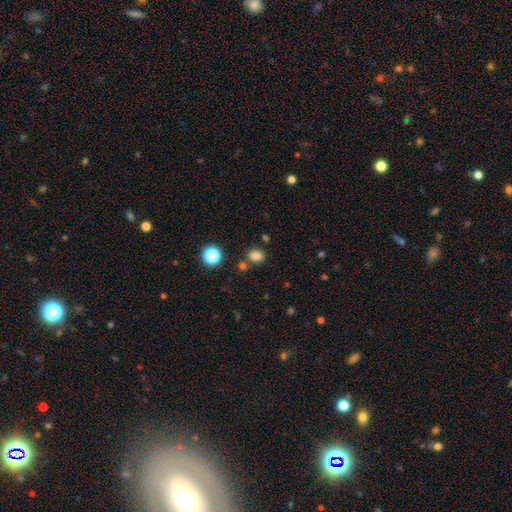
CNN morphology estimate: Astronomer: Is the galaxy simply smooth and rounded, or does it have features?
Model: smooth — 80%.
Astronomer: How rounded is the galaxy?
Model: round — 56% (runner-up: in between, 43%).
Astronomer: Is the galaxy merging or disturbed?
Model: none — 77%.